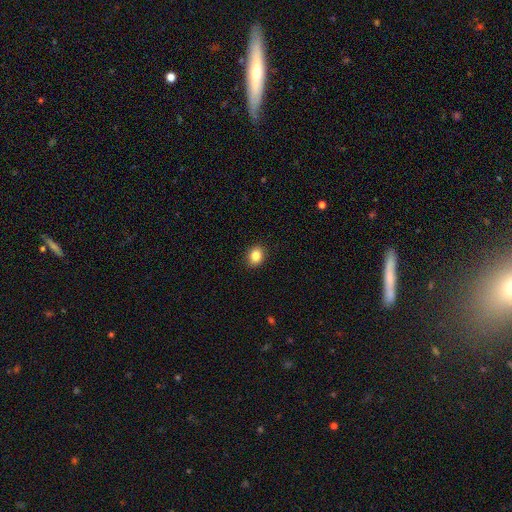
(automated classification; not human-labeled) Smooth or featured? smooth (86%)
How rounded? in between (52%)
Merging? none (90%)